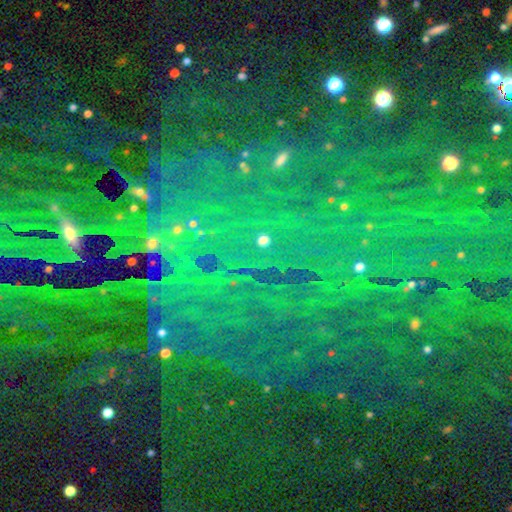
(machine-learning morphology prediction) type=star or artifact (79%).